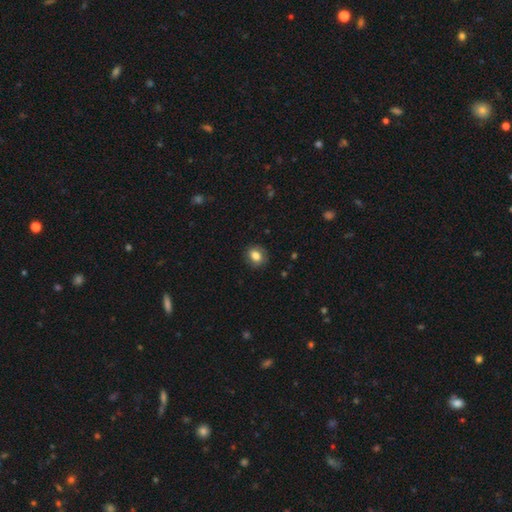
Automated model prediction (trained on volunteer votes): This is clearly a smooth galaxy (81%). How rounded: possibly round (57%). Merging: clearly none (84%).